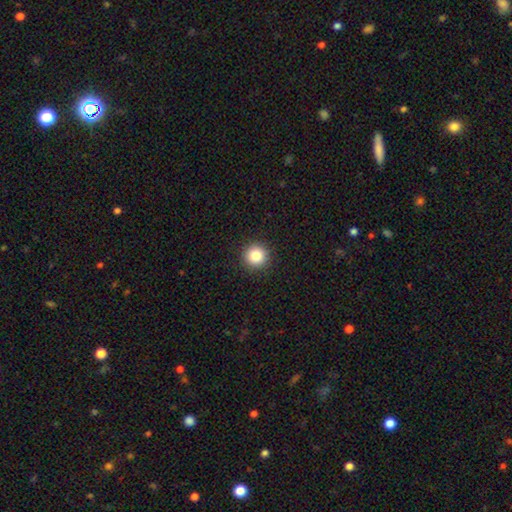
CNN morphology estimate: smooth_or_featured: smooth (p=0.84) [alt: star or artifact p=0.10]
how_rounded: round (p=0.96) [alt: in between p=0.03]
merging: none (p=0.93) [alt: minor disturbance p=0.05]